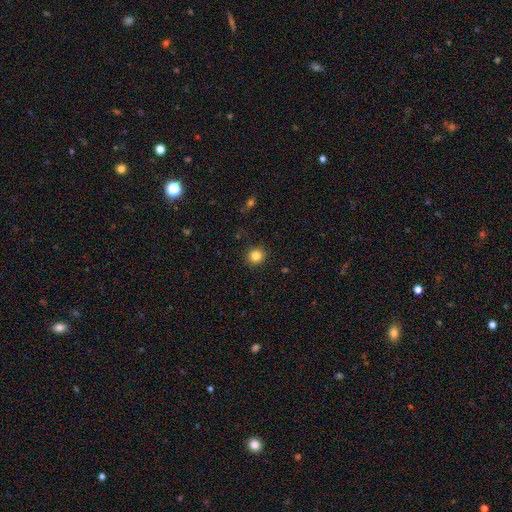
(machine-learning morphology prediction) Smooth or featured: smooth — 84% (star or artifact — 11%)
How rounded: round — 88% (in between — 11%)
Merging: none — 90% (minor disturbance — 6%)